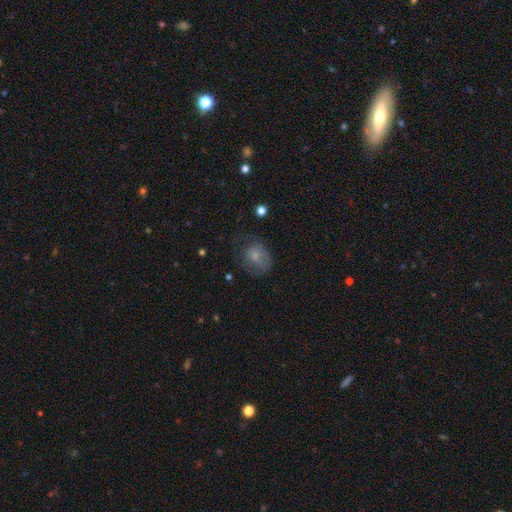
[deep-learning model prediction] smooth_or_featured: smooth (p=0.64) [alt: featured or disk p=0.26]
how_rounded: in between (p=0.51) [alt: round p=0.48]
merging: none (p=0.40) [alt: major disturbance p=0.30]